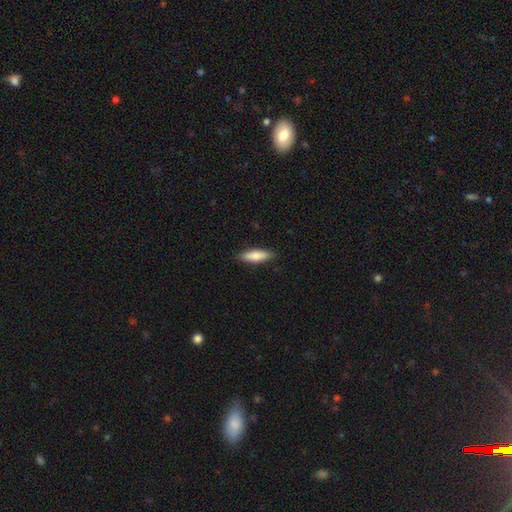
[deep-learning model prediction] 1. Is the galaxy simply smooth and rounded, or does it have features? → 77% smooth, 17% featured or disk, 6% star or artifact.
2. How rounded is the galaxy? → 54% cigar-shaped, 44% in between, 2% round.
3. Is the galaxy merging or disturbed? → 87% none, 10% minor disturbance, 2% major disturbance, 1% merger.